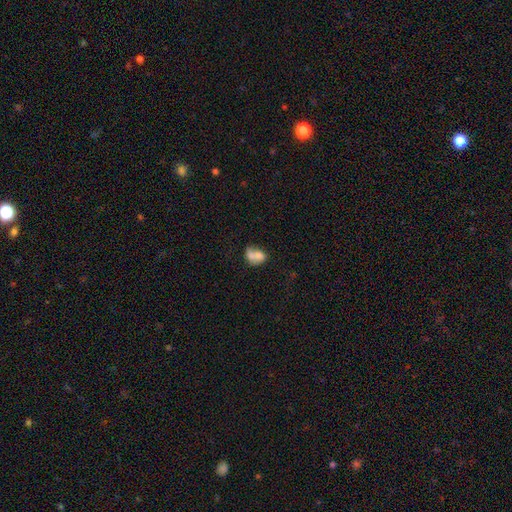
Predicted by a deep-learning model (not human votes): Smooth or featured? Predicted: smooth (p=0.67). How rounded? Predicted: in between (p=0.64). Merging? Predicted: merger (p=0.56).